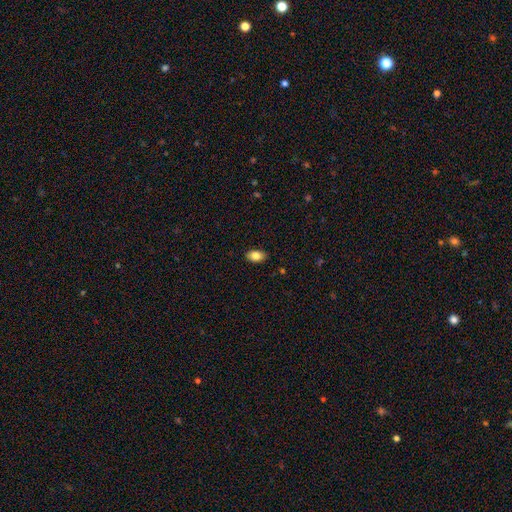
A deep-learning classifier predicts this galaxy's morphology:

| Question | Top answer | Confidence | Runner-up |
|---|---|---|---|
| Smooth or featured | smooth | 85% | star or artifact (8%) |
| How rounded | in between | 90% | round (8%) |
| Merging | none | 88% | minor disturbance (9%) |